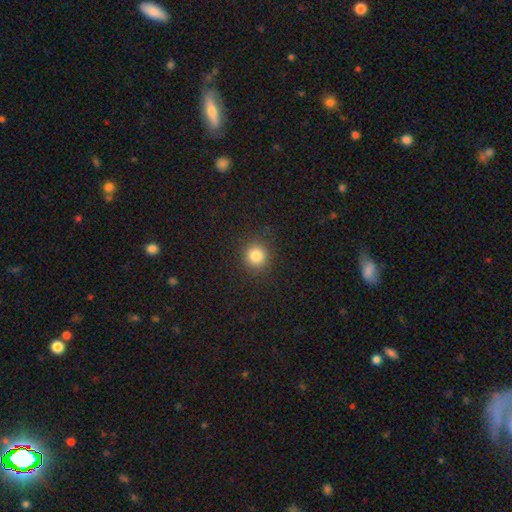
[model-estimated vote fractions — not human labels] This is clearly a smooth galaxy (83%). How rounded: clearly round (92%). Merging: clearly none (89%).